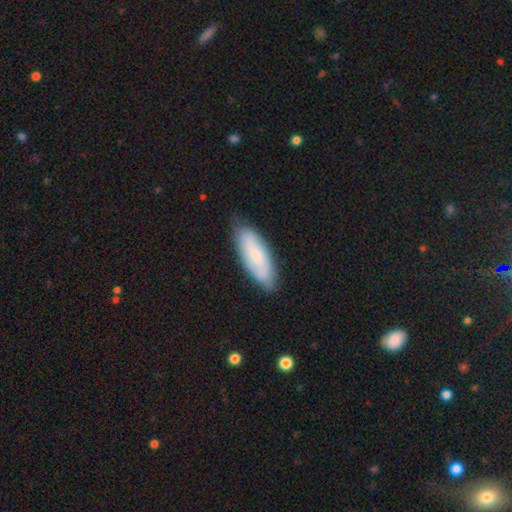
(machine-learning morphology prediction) Smooth or featured?
  - smooth: 63% *
  - featured or disk: 31%
  - star or artifact: 7%
How rounded?
  - in between: 66% *
  - cigar-shaped: 33%
  - round: 2%
Merging?
  - none: 76% *
  - minor disturbance: 19%
  - major disturbance: 4%
  - merger: 2%